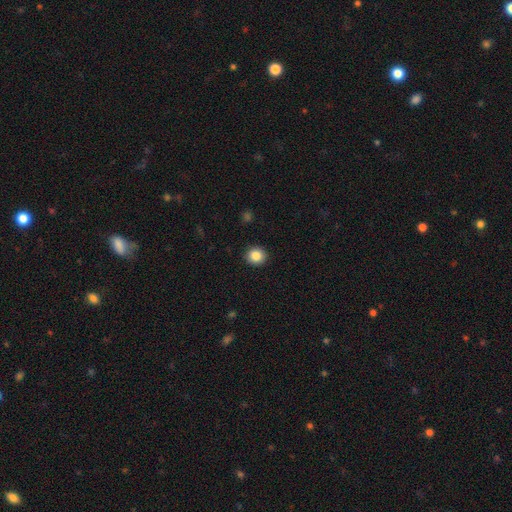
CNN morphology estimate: This is clearly a smooth galaxy (86%). How rounded: clearly round (86%). Merging: clearly none (92%).